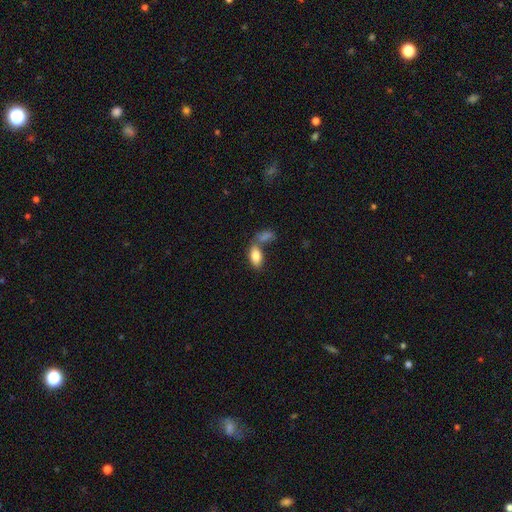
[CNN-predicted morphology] smooth-or-featured: smooth: 83% | featured or disk: 10% | star or artifact: 7%
  how-rounded: in between: 92% | cigar-shaped: 4% | round: 4%
  merging: none: 44% | merger: 39% | minor disturbance: 12% | major disturbance: 6%